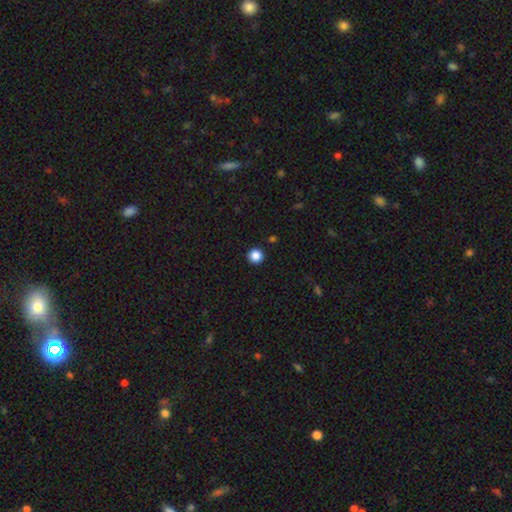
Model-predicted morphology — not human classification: Q: Smooth or featured?
A: smooth (86%); runner-up: star or artifact (11%)
Q: How rounded?
A: round (96%); runner-up: in between (3%)
Q: Merging?
A: none (94%); runner-up: minor disturbance (4%)